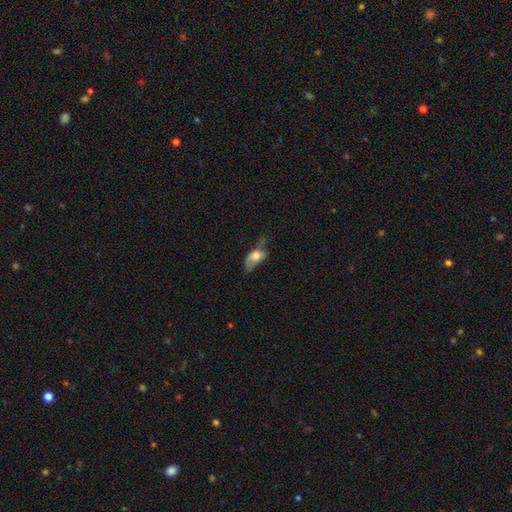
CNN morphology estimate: A smooth galaxy with no disk features (61%) that is in between round and cigar-shaped (84%).

Vote fractions:
- Smooth or featured? smooth: 61% / featured or disk: 30% / star or artifact: 8%
- How rounded? in between: 84% / round: 9% / cigar-shaped: 8%
- Merging? major disturbance: 39% / minor disturbance: 31% / none: 25% / merger: 5%